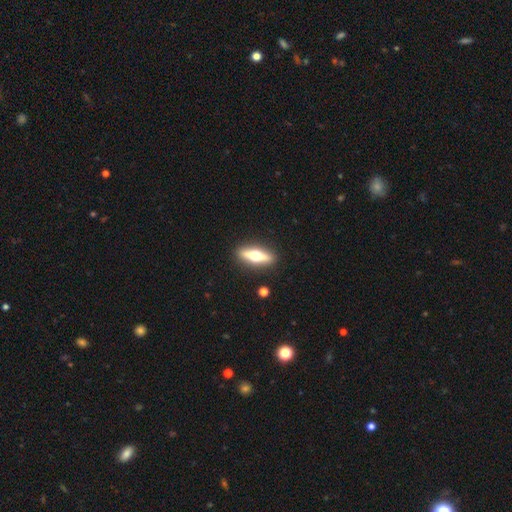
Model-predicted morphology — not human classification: Q: Smooth or featured?
A: featured or disk (60%); runner-up: smooth (35%)
Q: Edge-on disk?
A: yes (92%); runner-up: no (8%)
Q: Edge-on bulge?
A: rounded (96%); runner-up: boxy (2%)
Q: Merging?
A: none (90%); runner-up: minor disturbance (7%)